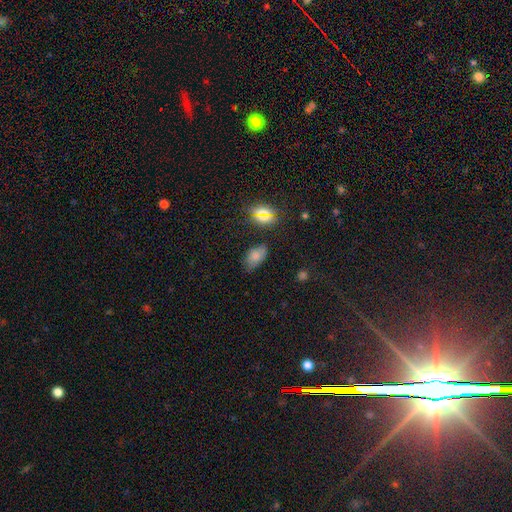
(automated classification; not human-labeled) This appears to be a smooth galaxy with no disk features (71%) that is in between round and cigar-shaped (91%). Merging: none (70%).